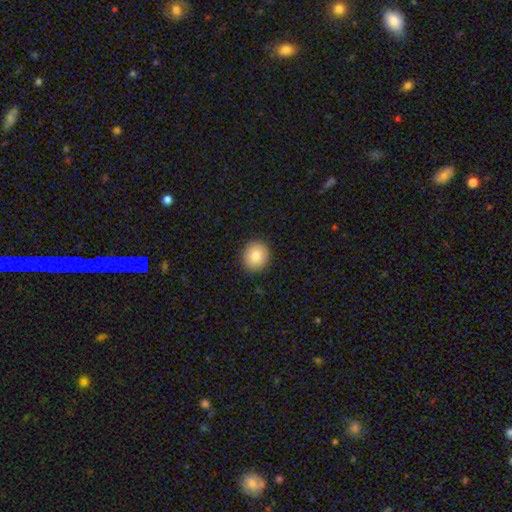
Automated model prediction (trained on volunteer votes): smooth-or-featured: smooth: 83% | star or artifact: 9% | featured or disk: 9%
  how-rounded: round: 77% | in between: 22% | cigar-shaped: 1%
  merging: none: 90% | minor disturbance: 7% | major disturbance: 2% | merger: 1%